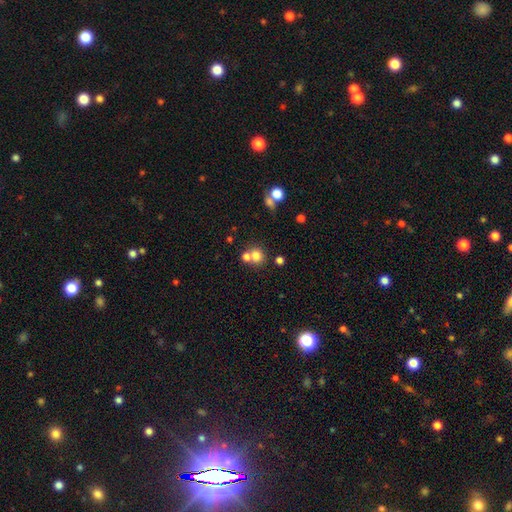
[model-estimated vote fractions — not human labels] This is likely a smooth galaxy (75%). How rounded: clearly round (84%). Merging: possibly none (52%).